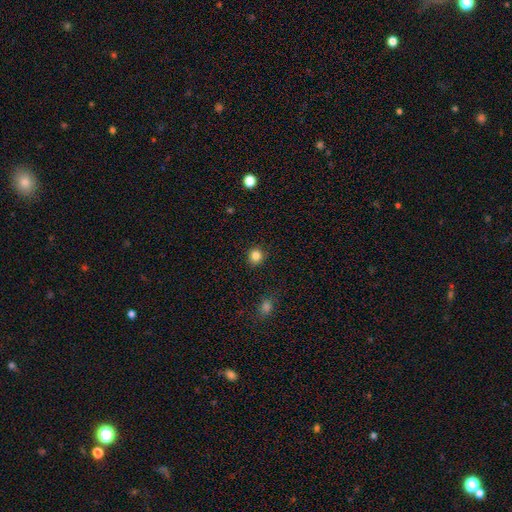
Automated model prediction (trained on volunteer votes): A smooth galaxy with no disk features (84%) that is round (90%).

Vote fractions:
- Smooth or featured? smooth: 84% / star or artifact: 12% / featured or disk: 4%
- How rounded? round: 90% / in between: 9% / cigar-shaped: 1%
- Merging? none: 91% / minor disturbance: 6% / major disturbance: 2% / merger: 1%